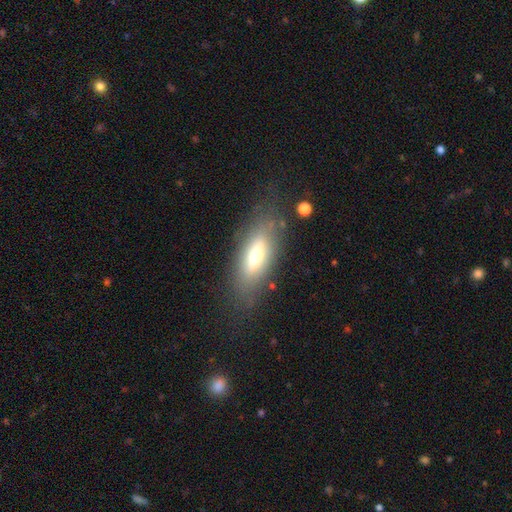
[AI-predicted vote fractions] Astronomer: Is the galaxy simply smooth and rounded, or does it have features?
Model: smooth — 56% (runner-up: featured or disk, 35%).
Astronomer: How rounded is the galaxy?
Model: in between — 68%.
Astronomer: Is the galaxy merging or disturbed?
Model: none — 73%.